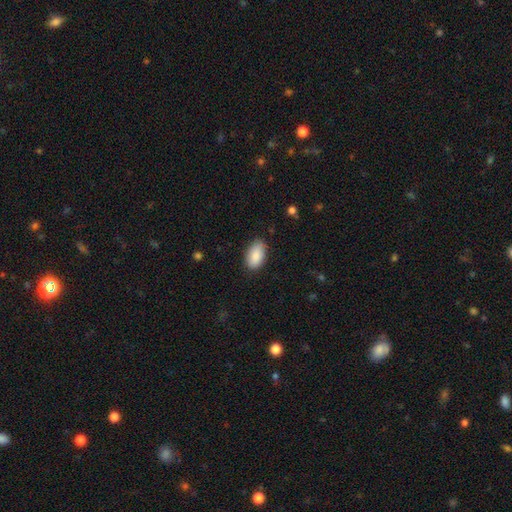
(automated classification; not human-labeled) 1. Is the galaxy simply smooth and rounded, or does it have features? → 89% smooth, 6% star or artifact, 5% featured or disk.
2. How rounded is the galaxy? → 94% in between, 4% round, 2% cigar-shaped.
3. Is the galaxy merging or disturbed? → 82% none, 15% minor disturbance, 3% major disturbance, 1% merger.